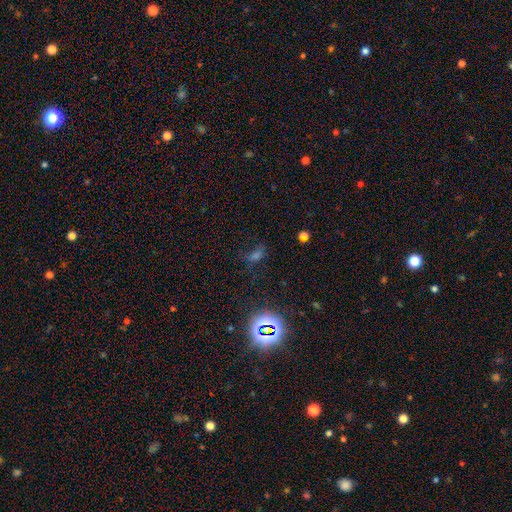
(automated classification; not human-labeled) A star or artifact, not a galaxy (51%).

Vote fractions:
- Smooth or featured? star or artifact: 51% / smooth: 33% / featured or disk: 17%